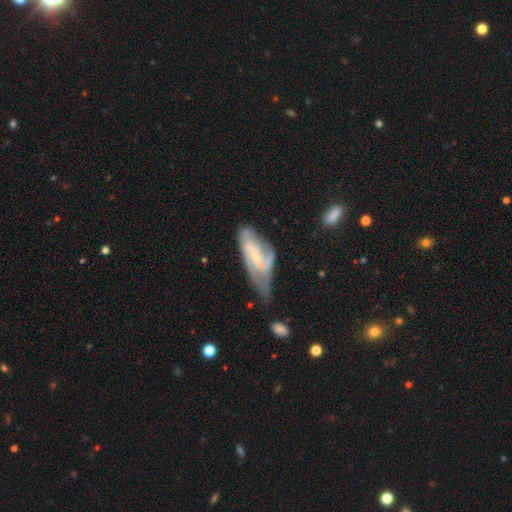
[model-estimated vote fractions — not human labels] Overall: featured or disk (63%; smooth 30%). Edge-on disk: no (90%). Bar: weak (39%; no 34%). Spiral arms: yes (77%). Bulge size: small (42%; none 31%). Merging: major disturbance (34%, tied with minor disturbance).